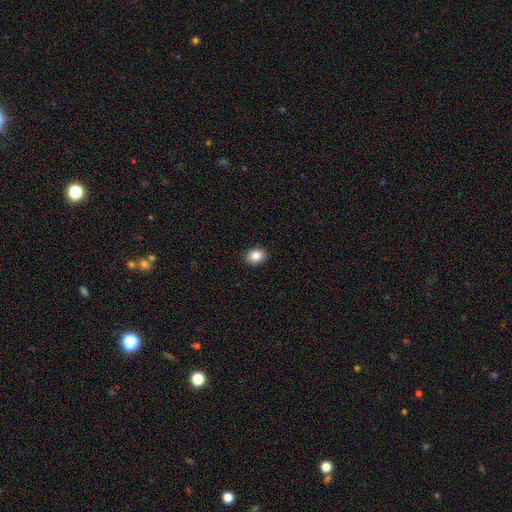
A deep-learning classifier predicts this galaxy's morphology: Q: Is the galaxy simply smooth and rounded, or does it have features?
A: smooth — 86%.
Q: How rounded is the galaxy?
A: in between — 64%.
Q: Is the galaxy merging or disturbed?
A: none — 90%.